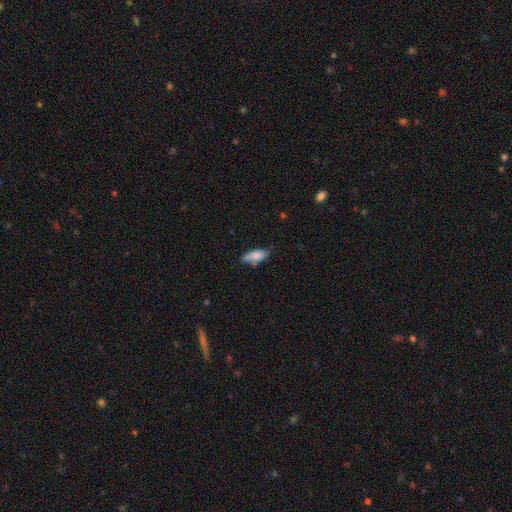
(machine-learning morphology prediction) This is clearly a smooth galaxy (81%). How rounded: likely in between (70%). Merging: likely none (62%).